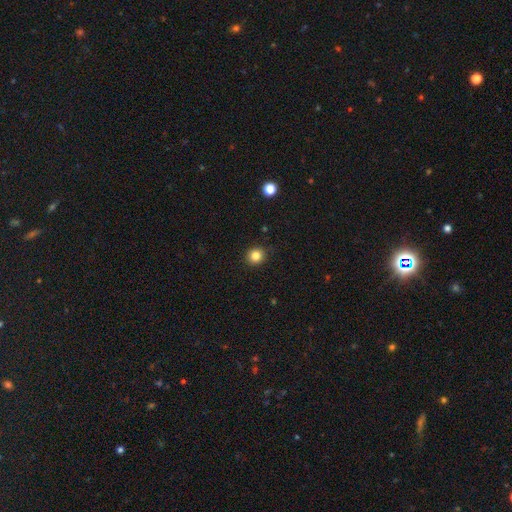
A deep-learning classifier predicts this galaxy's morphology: type=smooth (84%); roundness=round (86%); merging=none (91%).